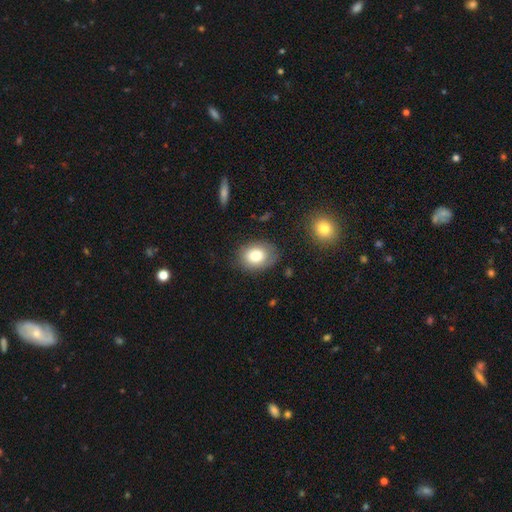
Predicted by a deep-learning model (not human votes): A smooth galaxy with no disk features (82%) that is in between round and cigar-shaped (64%). Merging: none (78%).